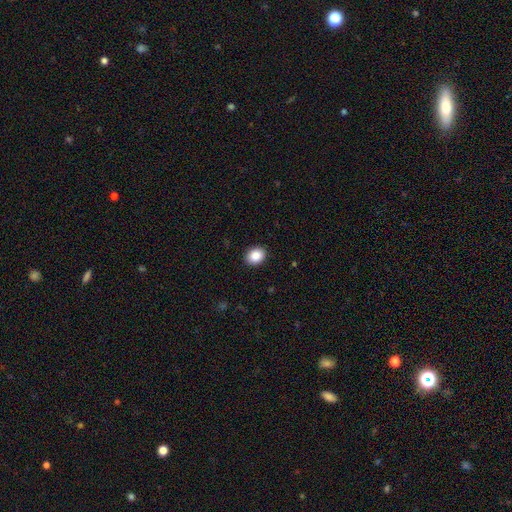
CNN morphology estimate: The model was most divided on "how rounded": in between: 55%, round: 44%, cigar-shaped: 1%. More confident: merging — none (91%); smooth or featured — smooth (88%).